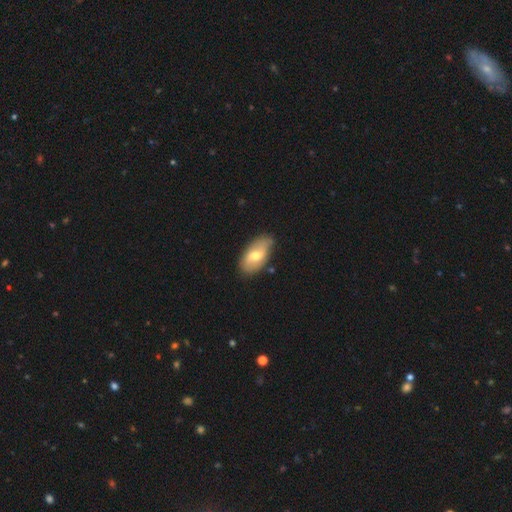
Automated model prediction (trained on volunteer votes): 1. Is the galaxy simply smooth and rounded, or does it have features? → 54% smooth, 40% featured or disk, 6% star or artifact.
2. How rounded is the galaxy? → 92% in between, 4% cigar-shaped, 4% round.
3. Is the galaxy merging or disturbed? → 75% none, 19% minor disturbance, 4% major disturbance, 3% merger.